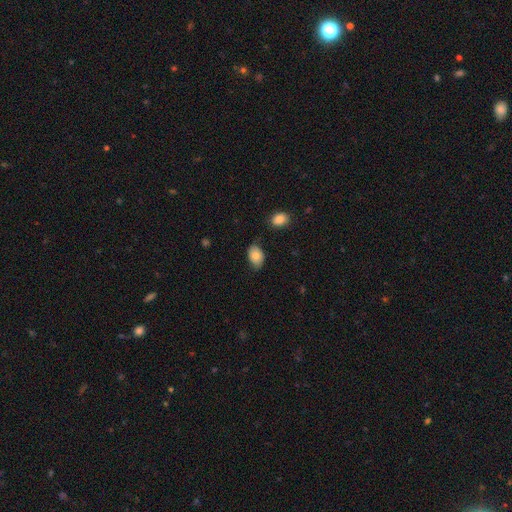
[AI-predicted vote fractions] Overall: smooth (79%). How rounded: in between (85%). Merging: none (68%).